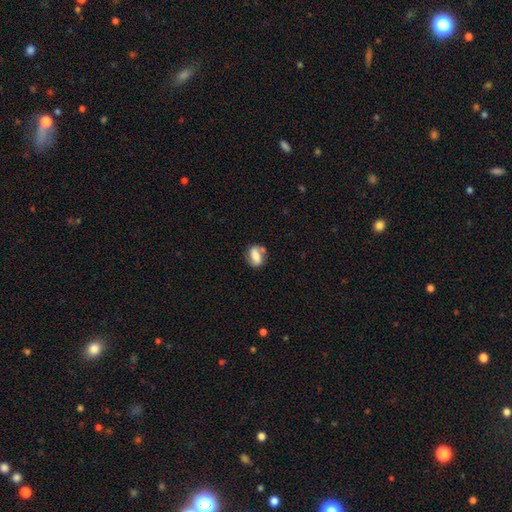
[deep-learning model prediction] Smooth or featured? Predicted: smooth (p=0.63). How rounded? Predicted: in between (p=0.72). Merging? Predicted: none (p=0.58).